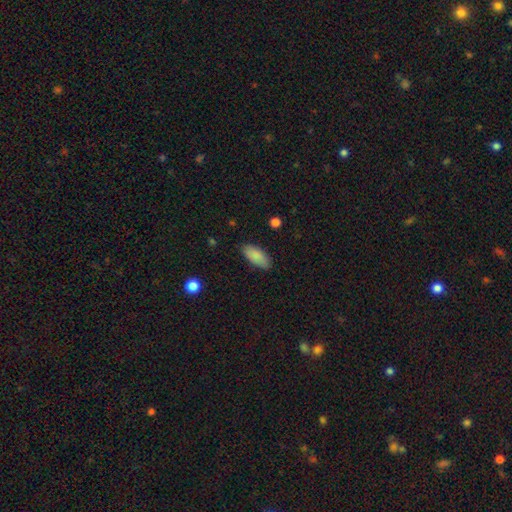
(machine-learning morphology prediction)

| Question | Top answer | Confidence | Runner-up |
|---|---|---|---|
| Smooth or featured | smooth | 87% | featured or disk (7%) |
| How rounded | in between | 87% | cigar-shaped (11%) |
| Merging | none | 83% | minor disturbance (13%) |